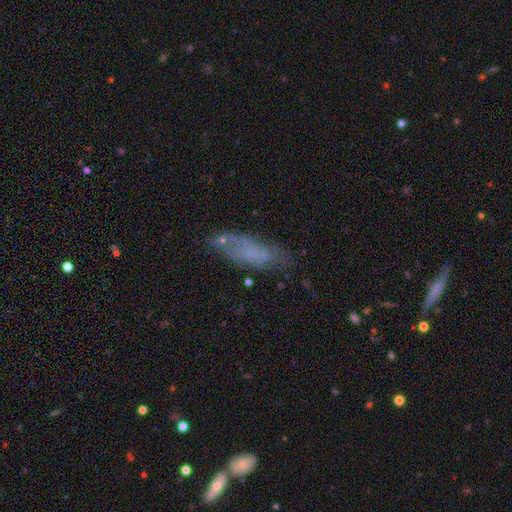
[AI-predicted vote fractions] Smooth or featured: smooth — 47% (featured or disk — 43%)
Merging: none — 56% (minor disturbance — 25%)